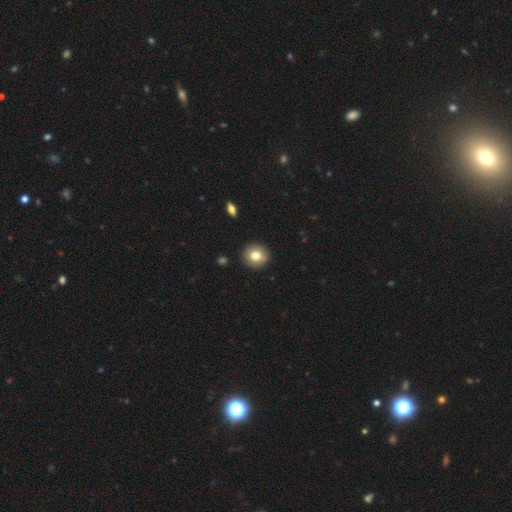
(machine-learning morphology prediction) Smooth or featured? smooth (78%)
How rounded? round (91%)
Merging? none (91%)